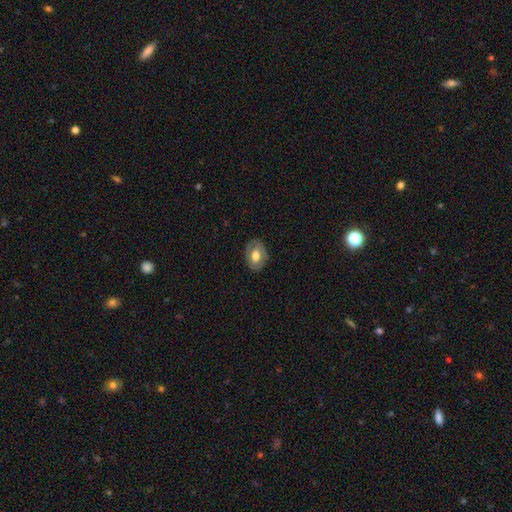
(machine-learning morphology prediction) This is possibly a smooth galaxy (52%). How rounded: likely in between (79%). Merging: clearly none (81%).